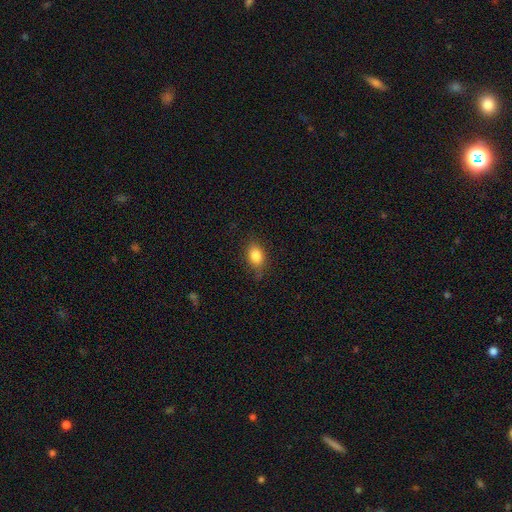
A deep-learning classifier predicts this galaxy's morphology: This appears to be a smooth galaxy with no disk features (83%) that is in between round and cigar-shaped (76%). Merging: none (76%).